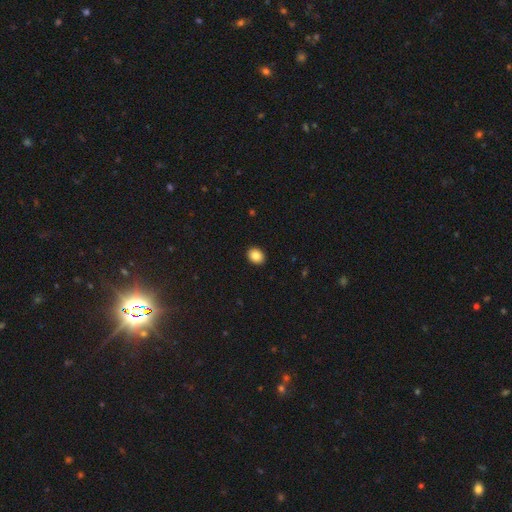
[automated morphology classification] This appears to be a smooth galaxy with no disk features (86%) that is in between round and cigar-shaped (54%). Merging: none (92%).